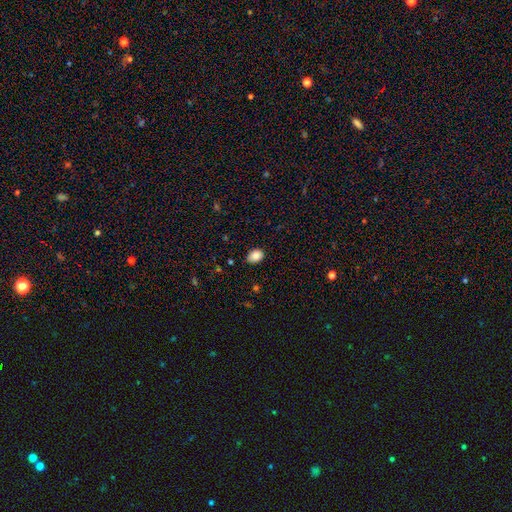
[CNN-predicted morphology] Smooth or featured? smooth (85%)
How rounded? in between (73%)
Merging? none (80%)